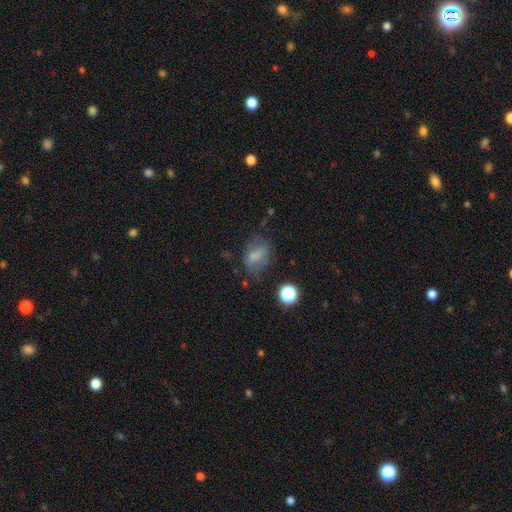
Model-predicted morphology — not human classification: smooth 60%, featured or disk 25%, star or artifact 15%. Down the decision tree: how rounded — in between (76%); merging — none (48%).